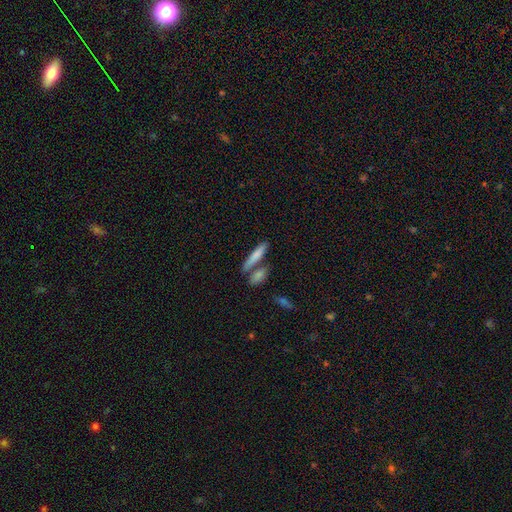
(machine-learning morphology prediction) A smooth galaxy with no disk features (73%) that is cigar-shaped (79%). Merging: none (61%).